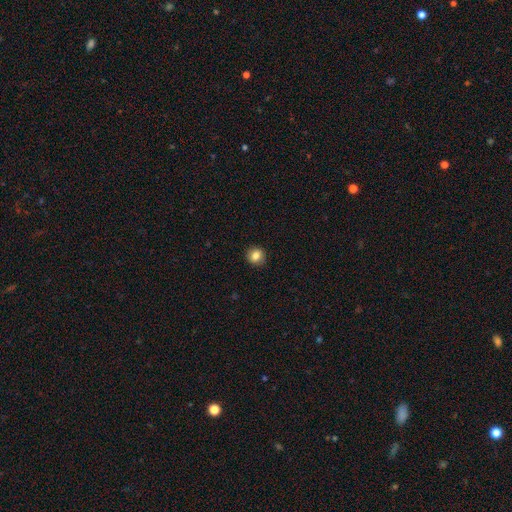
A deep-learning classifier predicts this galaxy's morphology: Q: Smooth or featured?
A: smooth (84%); runner-up: star or artifact (10%)
Q: How rounded?
A: round (91%); runner-up: in between (8%)
Q: Merging?
A: none (92%); runner-up: minor disturbance (6%)